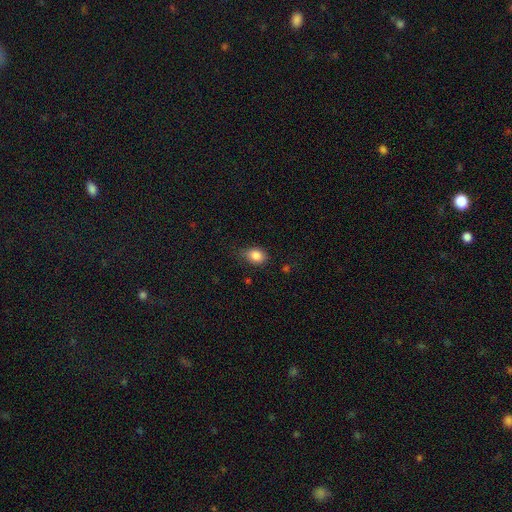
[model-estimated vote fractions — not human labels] The model was most divided on "how rounded": in between: 74%, round: 24%, cigar-shaped: 1%. More confident: smooth or featured — smooth (85%); merging — none (72%).